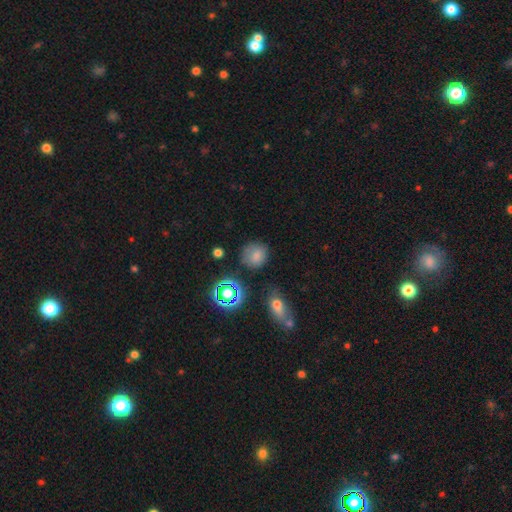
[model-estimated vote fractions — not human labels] A smooth galaxy with no disk features (75%) that is round (83%). Merging: none (76%).